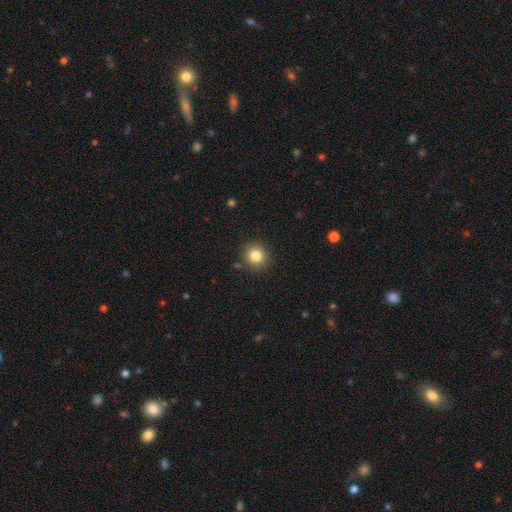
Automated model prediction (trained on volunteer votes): Smooth or featured? smooth (83%)
How rounded? round (92%)
Merging? none (89%)